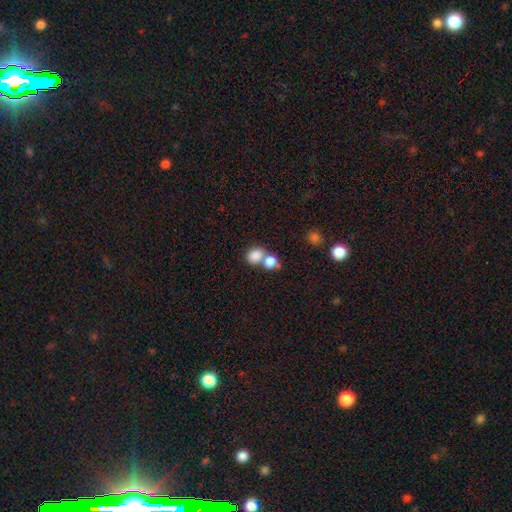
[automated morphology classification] A smooth galaxy with no disk features (82%) that is round (50%). Merging: merger (56%).